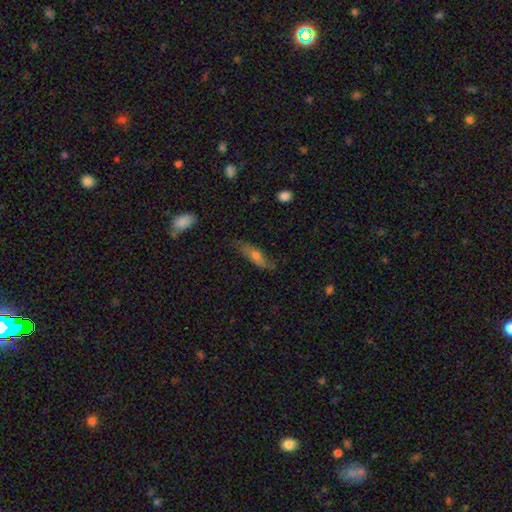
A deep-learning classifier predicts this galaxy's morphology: A featured or disk galaxy (49%). Merging: none (69%).